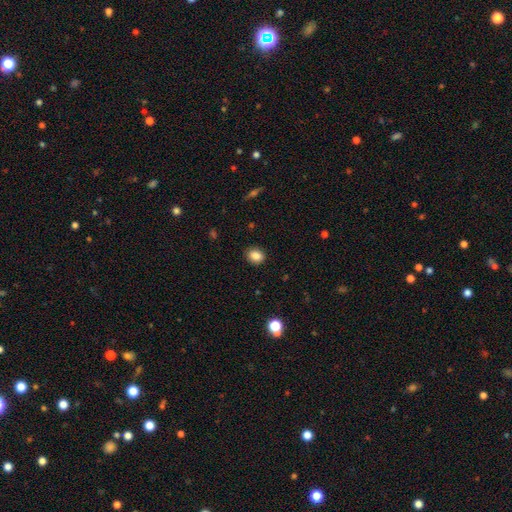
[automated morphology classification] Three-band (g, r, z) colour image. It shows a smooth galaxy with no disk features (87%) that is round (54%). Merging: none (89%).